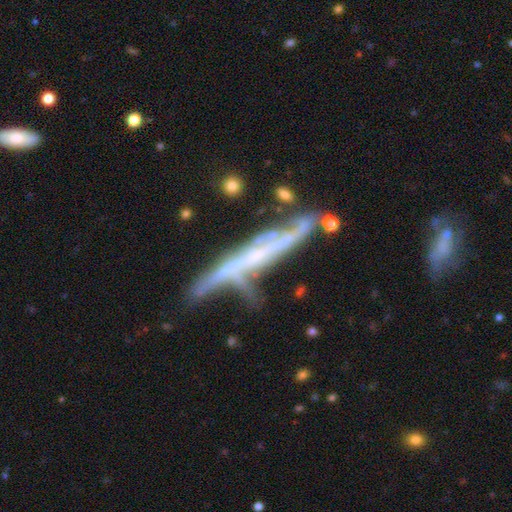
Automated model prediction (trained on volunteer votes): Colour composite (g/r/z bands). It shows a featured or disk galaxy (77%) viewed edge-on (74%) with no central bulge (62%). Merging: none (46%).